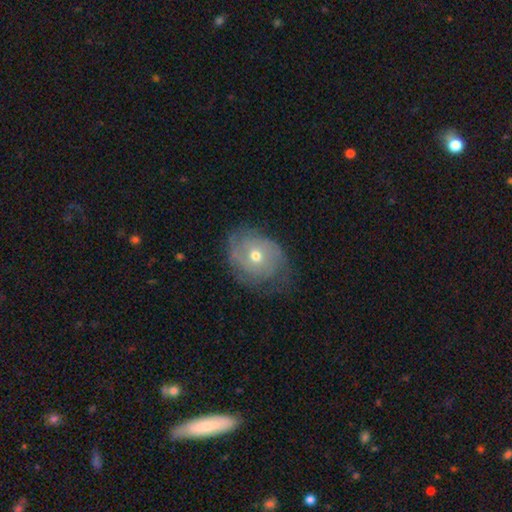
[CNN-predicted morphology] featured or disk 57%, smooth 35%, star or artifact 8%. Down the decision tree: edge-on disk — no (96%); bar — no (81%); spiral arms — yes (70%); bulge size — moderate (63%); merging — none (57%).